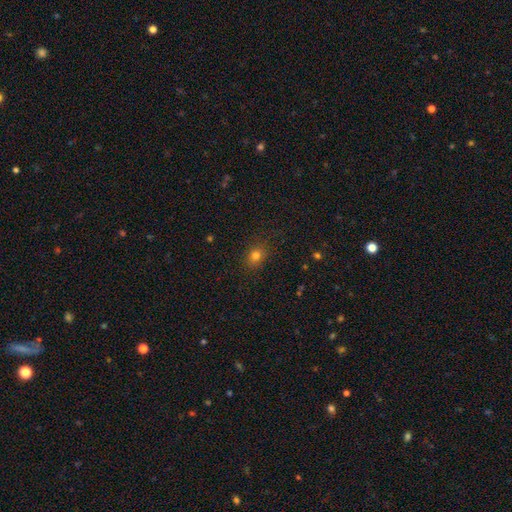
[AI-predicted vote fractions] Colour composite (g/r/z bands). It shows a smooth galaxy with no disk features (78%) that is round (56%). Merging: none (85%).